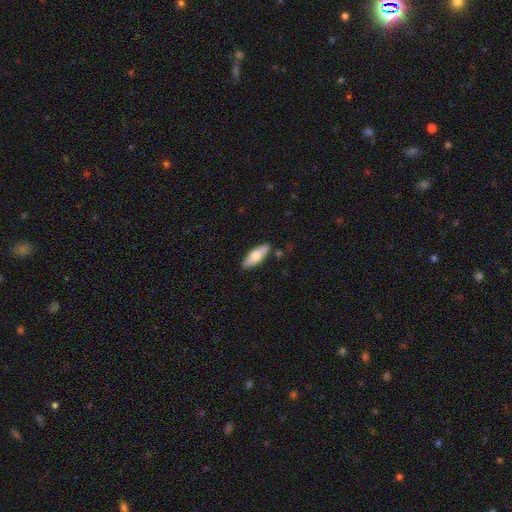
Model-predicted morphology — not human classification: type=smooth (66%); roundness=in between (62%); merging=none (85%).